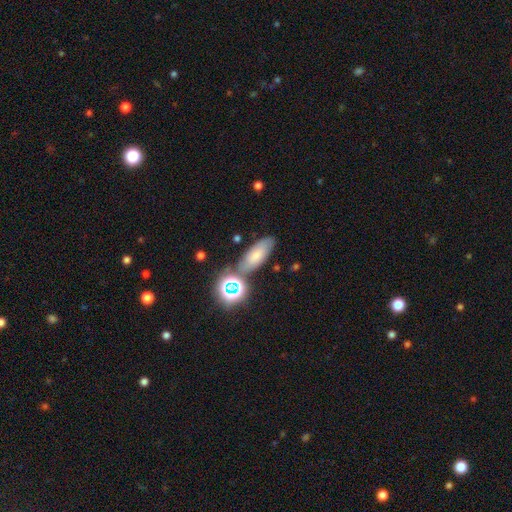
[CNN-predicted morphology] This is likely a smooth galaxy (68%). How rounded: likely in between (73%). Merging: likely none (70%).